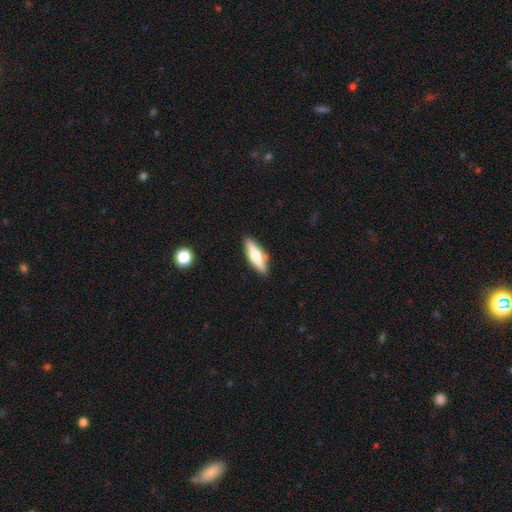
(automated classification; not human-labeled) Morphology: type=smooth (55%); roundness=cigar-shaped (58%); merging=none (85%).